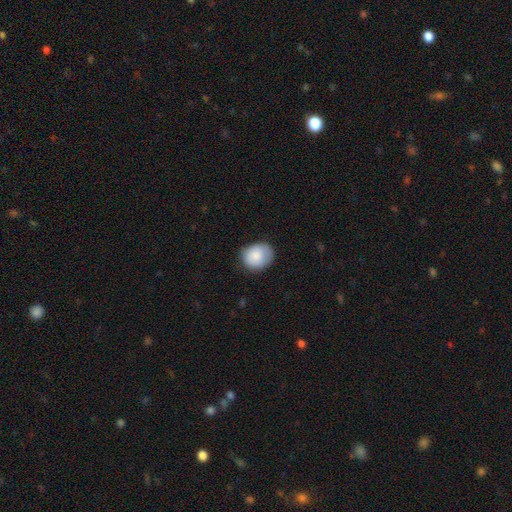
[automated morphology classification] This appears to be a smooth galaxy with no disk features (85%) that is round (57%). Merging: none (76%).